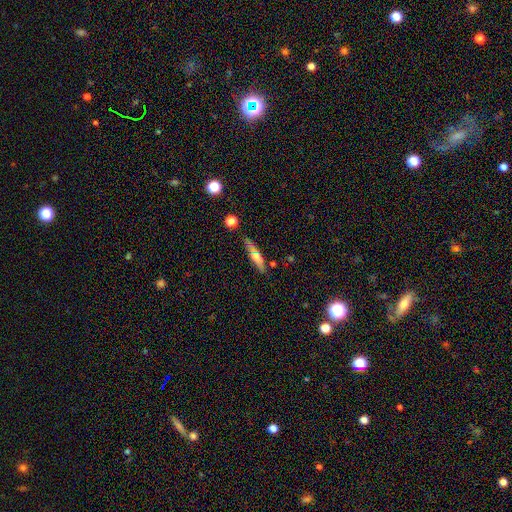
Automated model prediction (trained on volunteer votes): smooth-or-featured: smooth: 47% | featured or disk: 45% | star or artifact: 8%
  merging: none: 81% | minor disturbance: 12% | merger: 4% | major disturbance: 3%